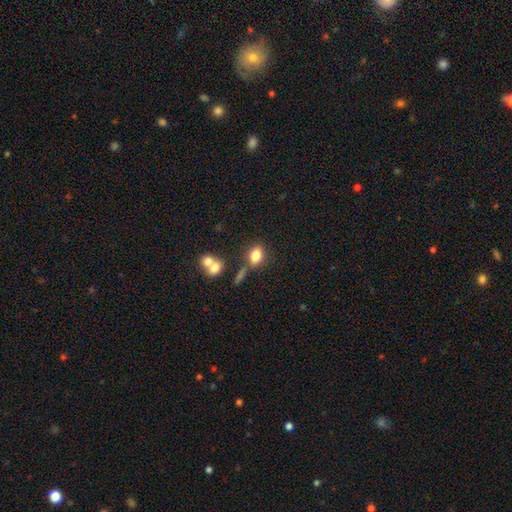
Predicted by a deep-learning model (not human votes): Smooth or featured: smooth — 80% (star or artifact — 10%)
How rounded: in between — 75% (round — 22%)
Merging: none — 63% (merger — 18%)